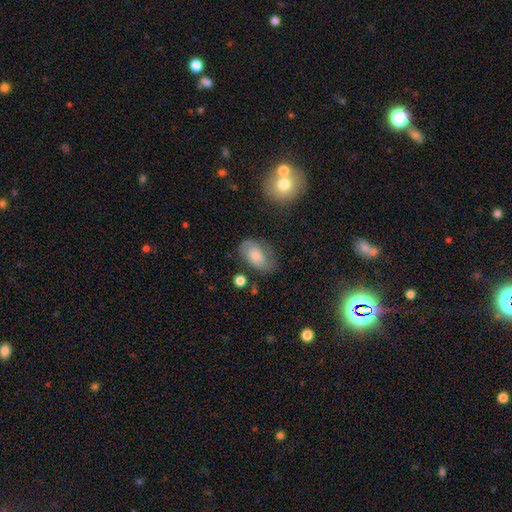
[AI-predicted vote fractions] smooth 69%, featured or disk 23%, star or artifact 8%. Down the decision tree: how rounded — in between (90%); merging — none (61%).